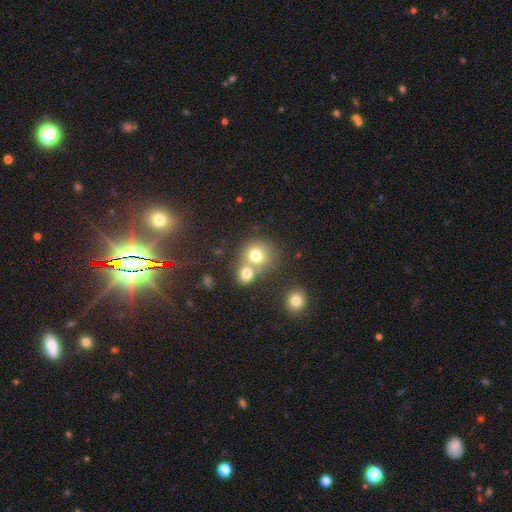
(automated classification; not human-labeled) Morphology: type=smooth (74%); roundness=round (83%); merging=merger (46%).